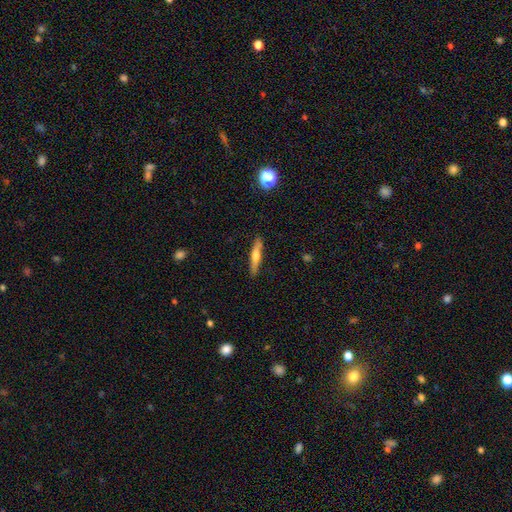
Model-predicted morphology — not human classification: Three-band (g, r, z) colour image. It shows a featured or disk galaxy (48%). Merging: none (87%).